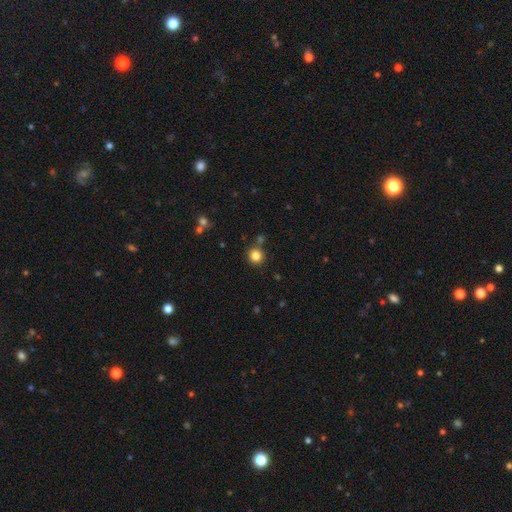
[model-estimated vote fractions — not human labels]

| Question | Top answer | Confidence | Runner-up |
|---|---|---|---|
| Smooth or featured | smooth | 82% | star or artifact (12%) |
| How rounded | round | 92% | in between (7%) |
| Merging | none | 83% | minor disturbance (8%) |